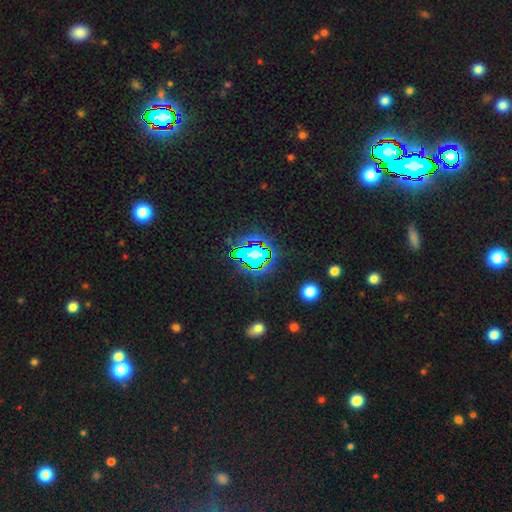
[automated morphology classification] type=star or artifact (81%).